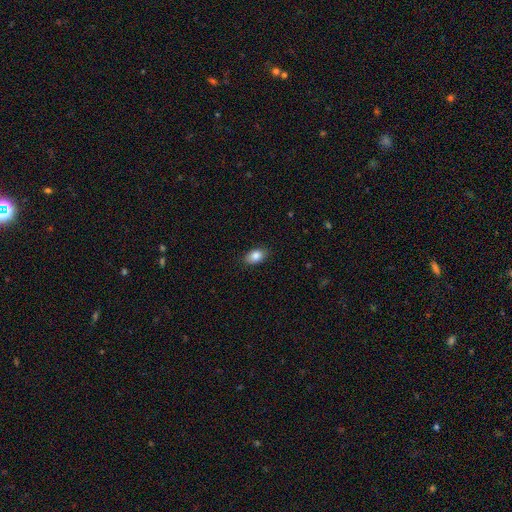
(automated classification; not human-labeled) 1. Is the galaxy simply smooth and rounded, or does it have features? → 86% smooth, 8% star or artifact, 6% featured or disk.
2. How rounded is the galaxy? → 88% in between, 10% round, 2% cigar-shaped.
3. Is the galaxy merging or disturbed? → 87% none, 10% minor disturbance, 2% major disturbance, 1% merger.